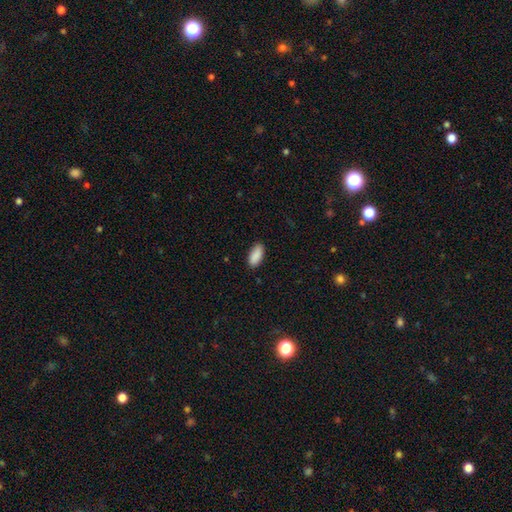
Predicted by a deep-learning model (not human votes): smooth 90%, star or artifact 6%, featured or disk 4%. Down the decision tree: how rounded — in between (90%); merging — none (86%).